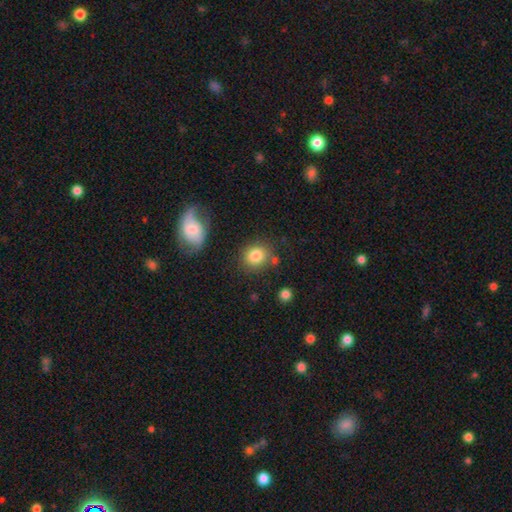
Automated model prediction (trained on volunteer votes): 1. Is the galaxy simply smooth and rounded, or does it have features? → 84% smooth, 9% star or artifact, 7% featured or disk.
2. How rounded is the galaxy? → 73% round, 26% in between, 1% cigar-shaped.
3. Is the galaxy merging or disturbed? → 76% none, 12% minor disturbance, 8% merger, 4% major disturbance.